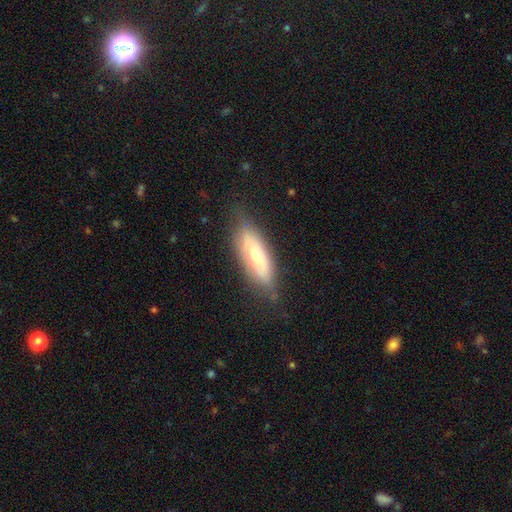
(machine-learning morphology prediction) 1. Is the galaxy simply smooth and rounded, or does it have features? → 51% smooth, 40% featured or disk, 8% star or artifact.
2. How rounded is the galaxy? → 57% in between, 40% cigar-shaped, 2% round.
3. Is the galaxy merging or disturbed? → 77% none, 17% minor disturbance, 5% major disturbance, 1% merger.